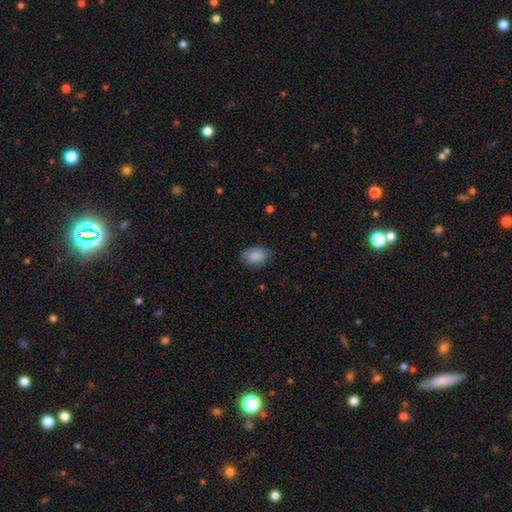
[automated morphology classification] Q: Smooth or featured?
A: smooth (87%); runner-up: star or artifact (7%)
Q: How rounded?
A: in between (82%); runner-up: round (17%)
Q: Merging?
A: none (75%); runner-up: minor disturbance (20%)